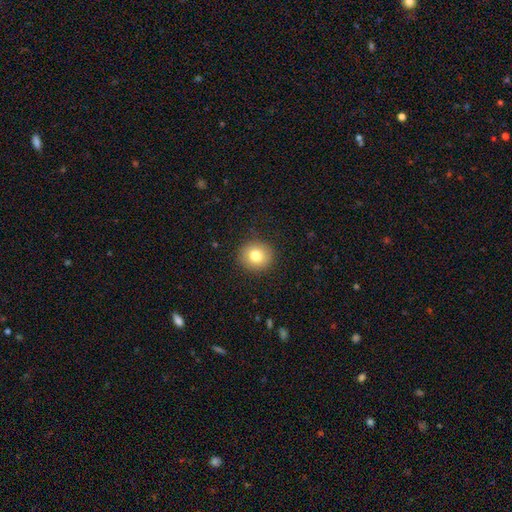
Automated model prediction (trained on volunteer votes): Smooth or featured: smooth — 79% (featured or disk — 11%)
How rounded: round — 89% (in between — 10%)
Merging: none — 90% (minor disturbance — 7%)